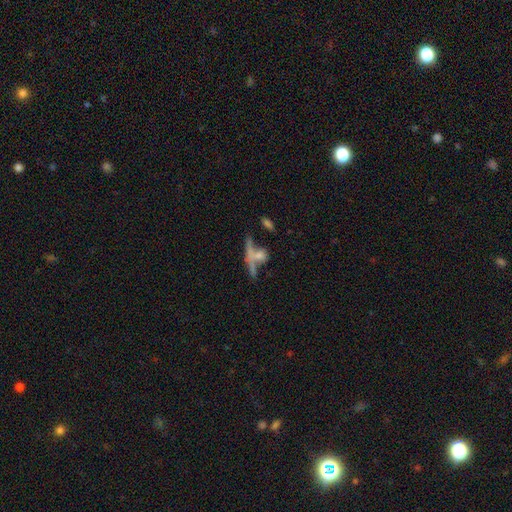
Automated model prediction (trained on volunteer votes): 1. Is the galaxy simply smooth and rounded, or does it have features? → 52% smooth, 34% featured or disk, 13% star or artifact.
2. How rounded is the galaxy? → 43% cigar-shaped, 36% in between, 21% round.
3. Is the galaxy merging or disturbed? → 40% merger, 37% none, 12% minor disturbance, 12% major disturbance.